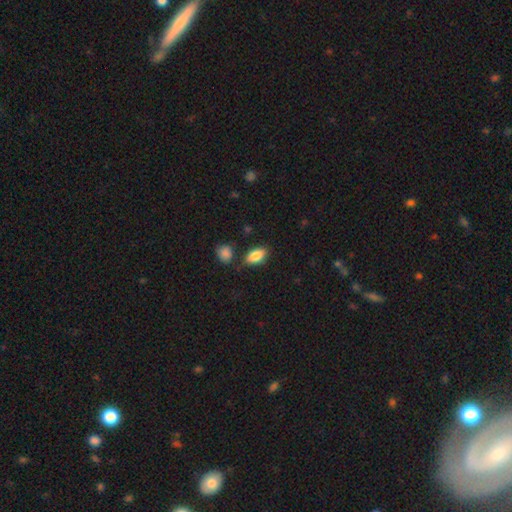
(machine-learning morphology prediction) smooth 85%, featured or disk 8%, star or artifact 7%. Down the decision tree: how rounded — in between (90%); merging — none (79%).